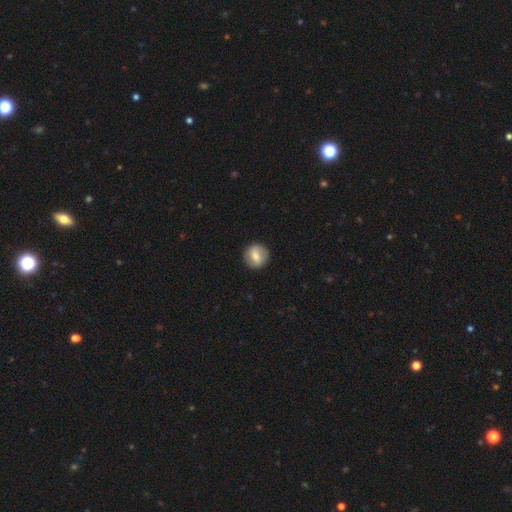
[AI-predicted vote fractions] This is likely a smooth galaxy (65%). How rounded: clearly round (89%). Merging: clearly none (89%).